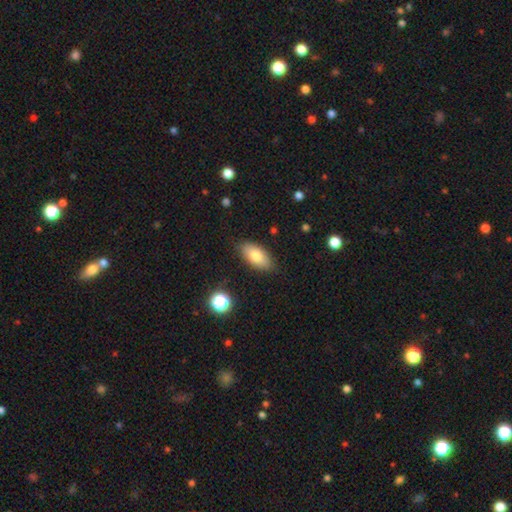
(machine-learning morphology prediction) type=smooth (77%); roundness=in between (90%); merging=none (85%).